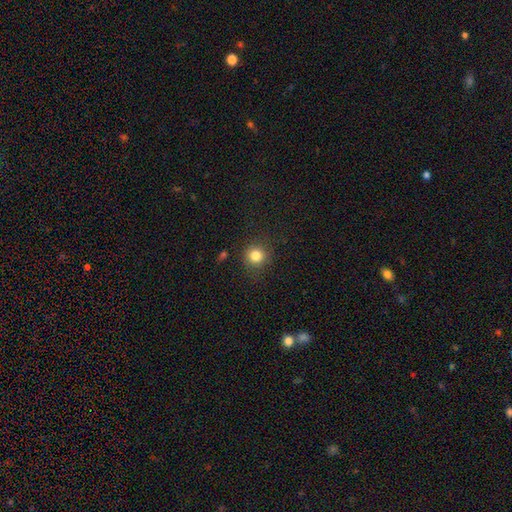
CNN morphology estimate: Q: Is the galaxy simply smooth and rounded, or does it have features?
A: smooth — 82%.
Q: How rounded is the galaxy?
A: round — 90%.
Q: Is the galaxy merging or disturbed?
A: none — 85%.